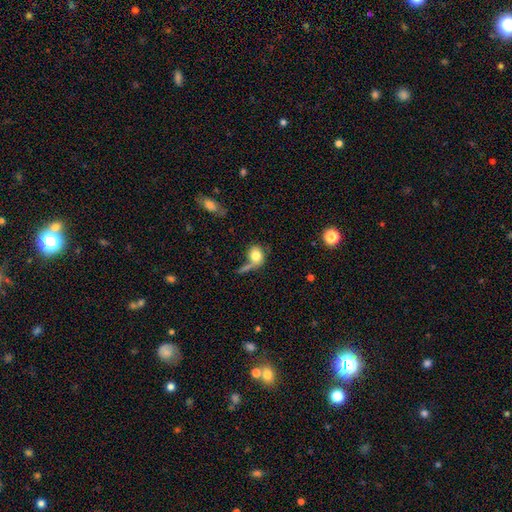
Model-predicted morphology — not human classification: This appears to be a smooth galaxy with no disk features (74%) that is round (60%). Merging: none (36%).